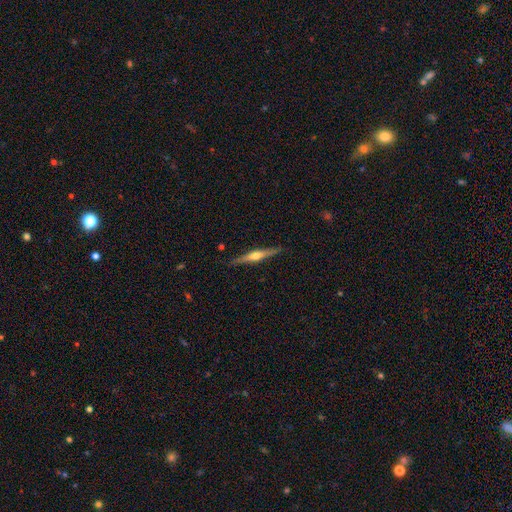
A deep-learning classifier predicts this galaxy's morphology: Smooth or featured? featured or disk (71%)
Edge-on disk? yes (98%)
Edge-on bulge? rounded (89%)
Merging? none (88%)